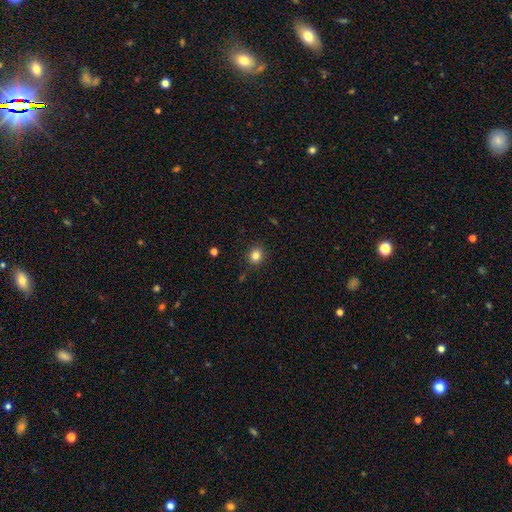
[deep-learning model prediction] This is clearly a smooth galaxy (83%). How rounded: likely round (77%). Merging: clearly none (89%).